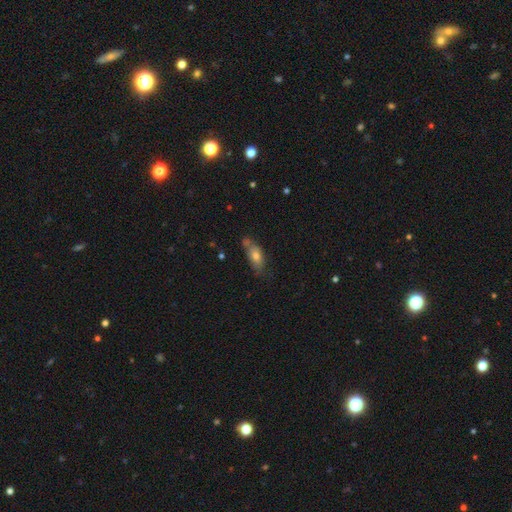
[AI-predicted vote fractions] Smooth or featured: smooth — 69% (featured or disk — 23%)
How rounded: in between — 77% (cigar-shaped — 19%)
Merging: none — 51% (minor disturbance — 26%)